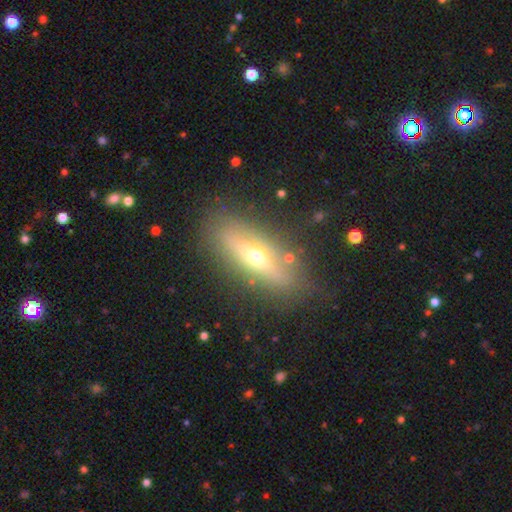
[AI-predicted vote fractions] smooth_or_featured: featured or disk (p=0.53) [alt: smooth p=0.38]
disk_edge_on: yes (p=0.71) [alt: no p=0.29]
merging: none (p=0.80) [alt: minor disturbance p=0.13]